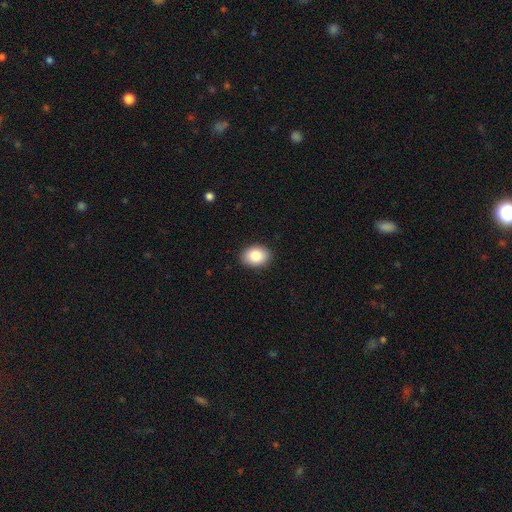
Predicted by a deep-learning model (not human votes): Smooth or featured? Predicted: smooth (p=0.86). How rounded? Predicted: in between (p=0.70). Merging? Predicted: none (p=0.89).